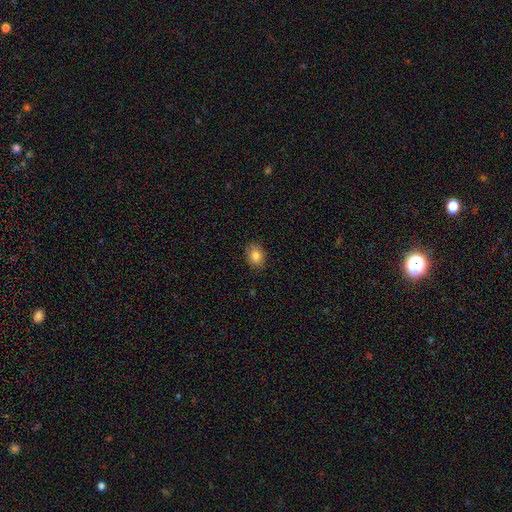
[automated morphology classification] Smooth or featured? smooth (85%)
How rounded? in between (58%)
Merging? none (86%)